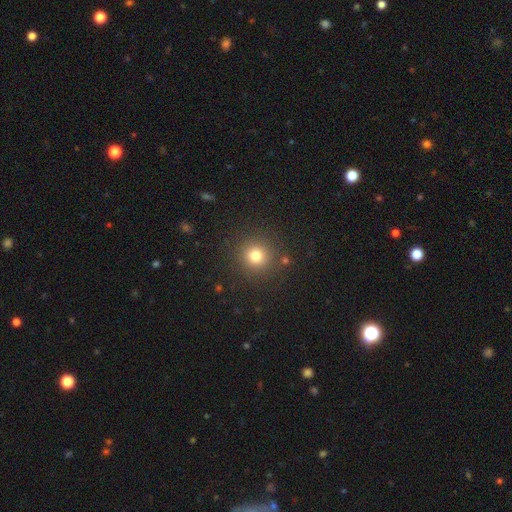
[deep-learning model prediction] A smooth galaxy with no disk features (78%) that is round (94%).

Vote fractions:
- Smooth or featured? smooth: 78% / star or artifact: 15% / featured or disk: 7%
- How rounded? round: 94% / in between: 5% / cigar-shaped: 1%
- Merging? none: 89% / minor disturbance: 6% / major disturbance: 3% / merger: 2%